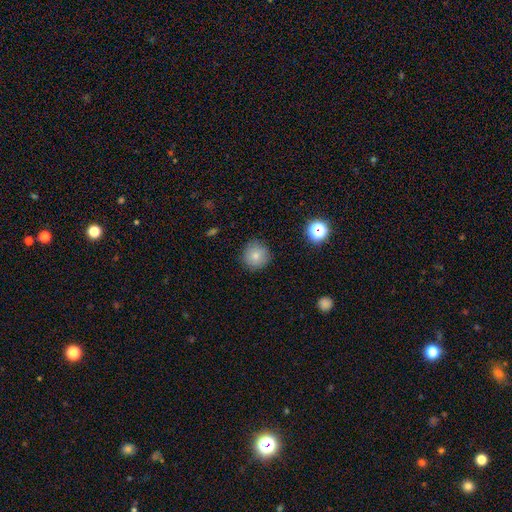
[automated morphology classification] smooth 78%, star or artifact 12%, featured or disk 10%. Down the decision tree: how rounded — round (94%); merging — none (87%).